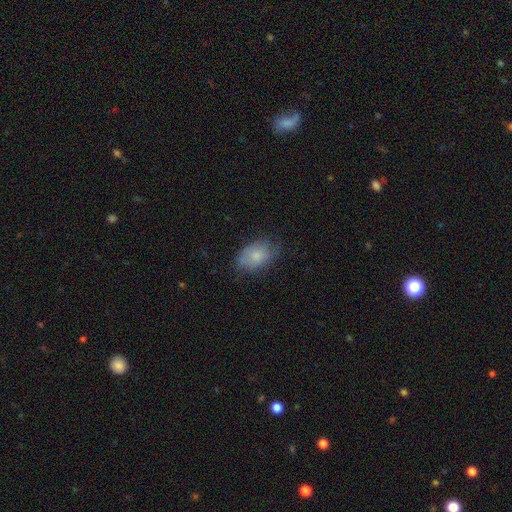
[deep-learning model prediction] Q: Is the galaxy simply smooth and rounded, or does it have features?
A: smooth — 77%.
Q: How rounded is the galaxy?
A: in between — 87%.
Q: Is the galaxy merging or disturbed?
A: none — 66%.